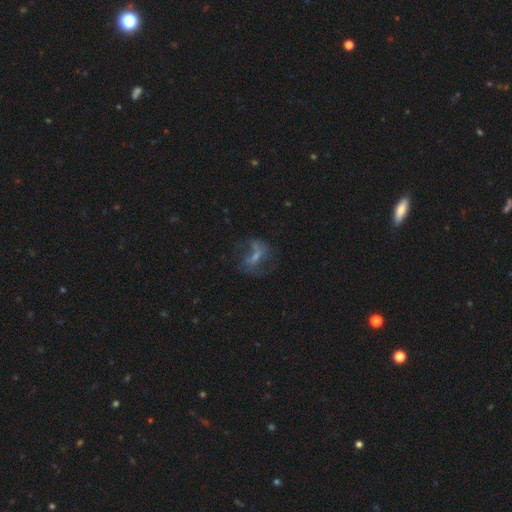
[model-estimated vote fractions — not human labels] Q: Smooth or featured?
A: featured or disk (56%); runner-up: smooth (24%)
Q: Edge-on disk?
A: no (93%); runner-up: yes (7%)
Q: Bar?
A: no (41%); runner-up: weak (40%)
Q: Spiral arms?
A: yes (59%); runner-up: no (41%)
Q: Bulge size?
A: small (45%); runner-up: moderate (26%)
Q: Merging?
A: none (49%); runner-up: major disturbance (25%)